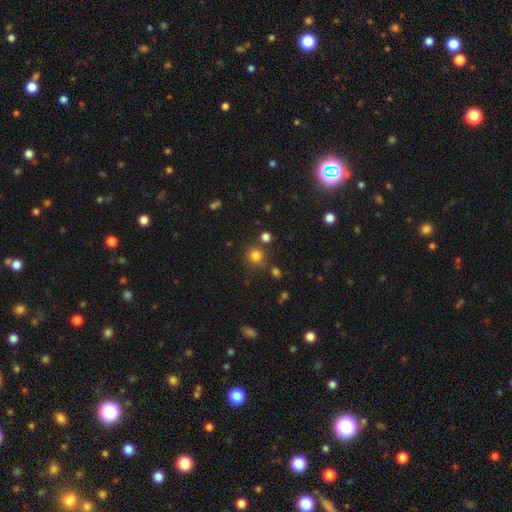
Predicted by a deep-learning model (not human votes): Overall: smooth (80%). How rounded: round (90%). Merging: none (80%).